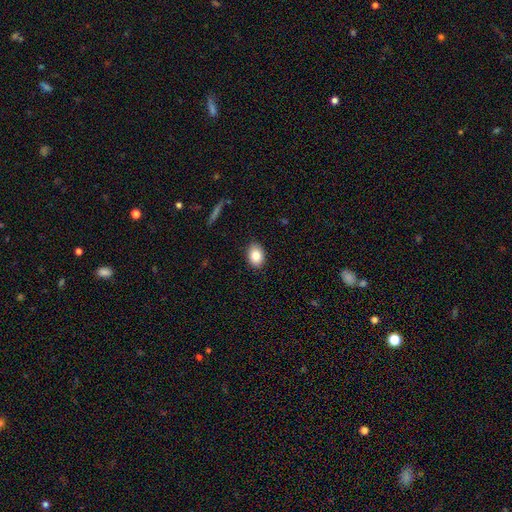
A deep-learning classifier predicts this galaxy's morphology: Smooth or featured?
  - smooth: 83% *
  - featured or disk: 8%
  - star or artifact: 8%
How rounded?
  - in between: 78% *
  - round: 21%
  - cigar-shaped: 1%
Merging?
  - none: 88% *
  - minor disturbance: 9%
  - major disturbance: 2%
  - merger: 1%